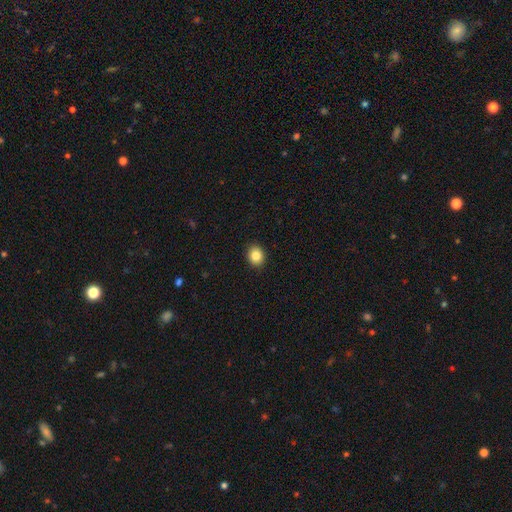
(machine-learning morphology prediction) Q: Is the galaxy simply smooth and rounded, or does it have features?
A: smooth — 84%.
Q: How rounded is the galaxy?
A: round — 64%.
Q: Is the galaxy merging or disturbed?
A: none — 91%.